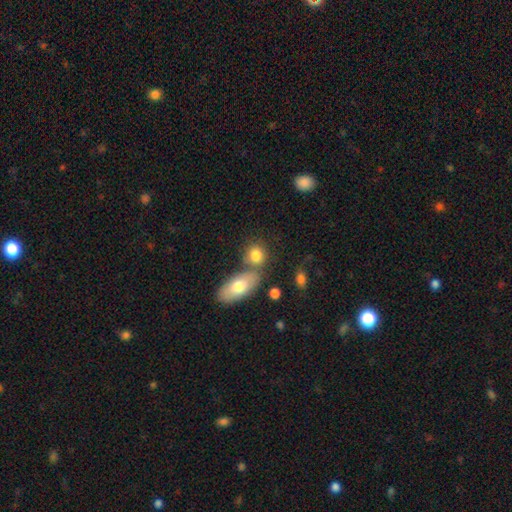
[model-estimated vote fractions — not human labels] Morphology: type=smooth (81%); roundness=round (49%); merging=none (55%).